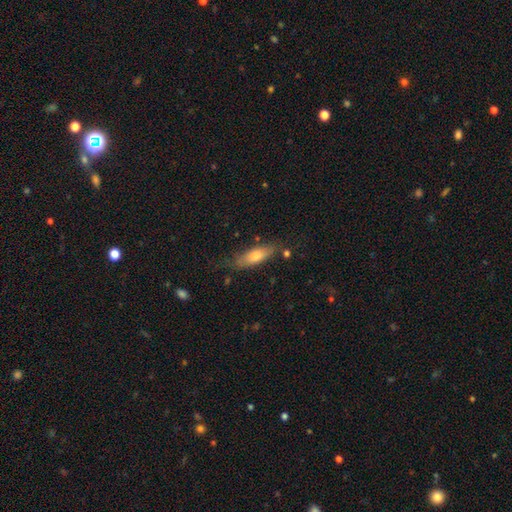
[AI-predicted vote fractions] The model was most divided on "how rounded" (2-way tie): in between: 49%, cigar-shaped: 49%, round: 2%. More confident: merging — none (68%); smooth or featured — smooth (65%).